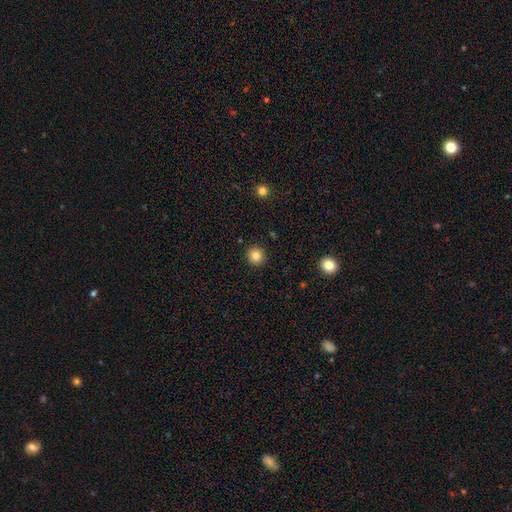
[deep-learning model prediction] Overall: smooth (83%). How rounded: round (94%). Merging: none (92%).